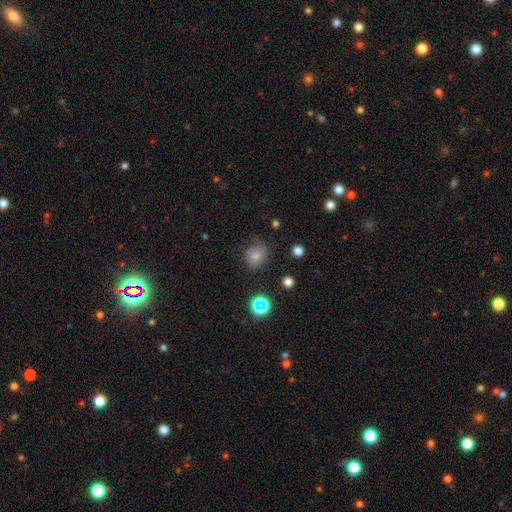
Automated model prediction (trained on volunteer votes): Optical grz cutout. It shows a smooth galaxy with no disk features (72%) that is round (72%). Merging: none (68%).